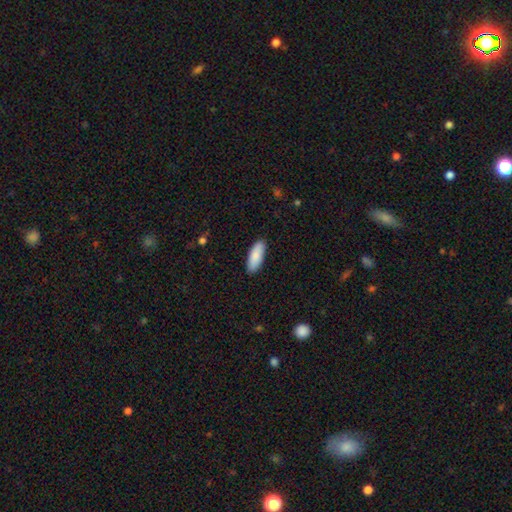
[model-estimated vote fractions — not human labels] Q: Smooth or featured?
A: smooth (87%); runner-up: featured or disk (8%)
Q: How rounded?
A: in between (77%); runner-up: cigar-shaped (22%)
Q: Merging?
A: none (89%); runner-up: minor disturbance (9%)